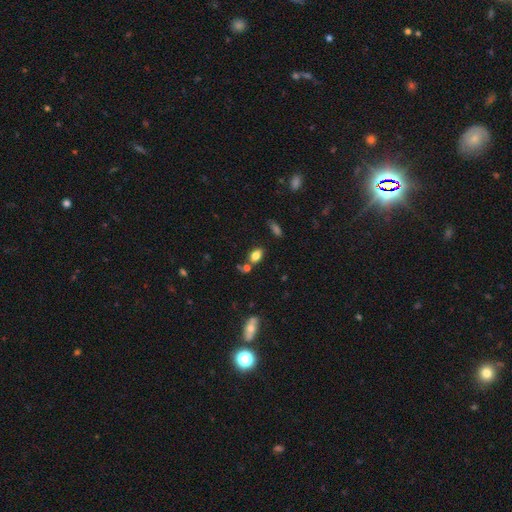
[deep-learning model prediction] Smooth or featured: smooth — 79% (star or artifact — 11%)
How rounded: in between — 83% (round — 14%)
Merging: none — 62% (merger — 19%)